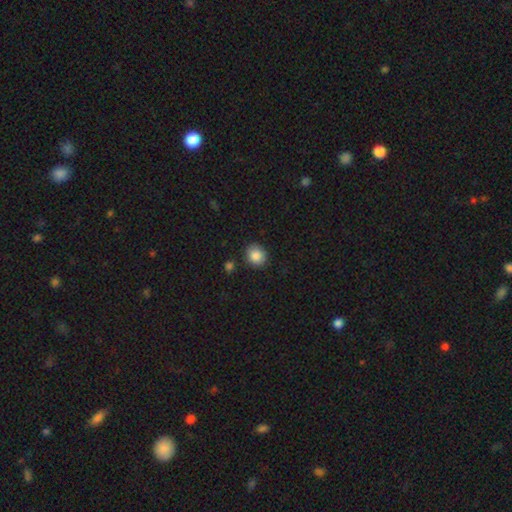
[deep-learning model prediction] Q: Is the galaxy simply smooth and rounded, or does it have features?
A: smooth — 87%.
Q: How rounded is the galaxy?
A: round — 78%.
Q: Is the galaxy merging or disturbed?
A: none — 85%.